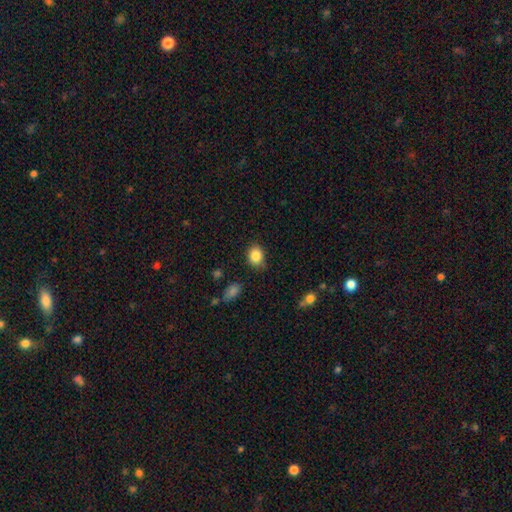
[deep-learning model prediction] This appears to be a smooth galaxy with no disk features (85%) that is in between round and cigar-shaped (53%). Merging: none (81%).